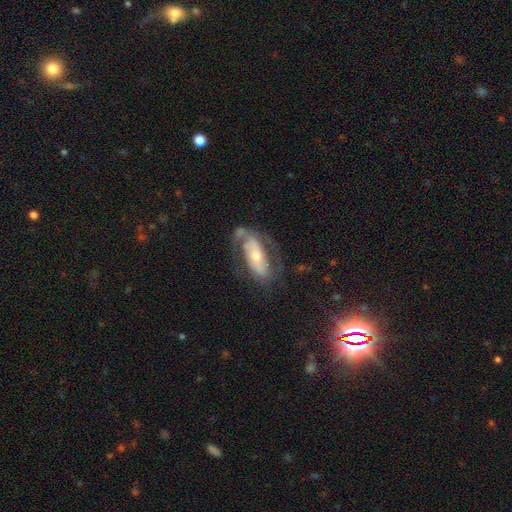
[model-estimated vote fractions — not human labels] A featured or disk galaxy (66%) with no bar (51%), spiral arms (68%) and a moderate central bulge (50%). Merging: none (54%).